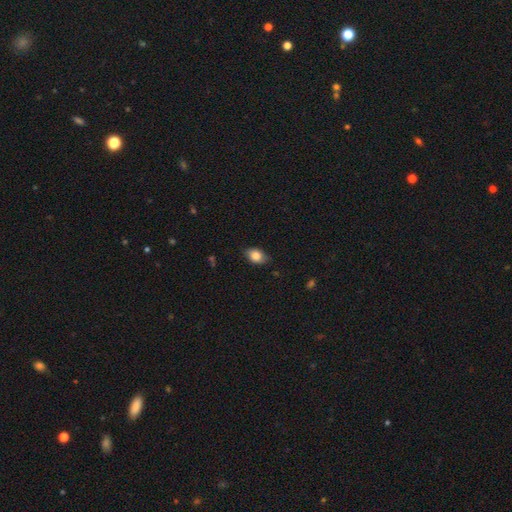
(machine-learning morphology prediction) type=smooth (84%); roundness=in between (81%); merging=none (79%).